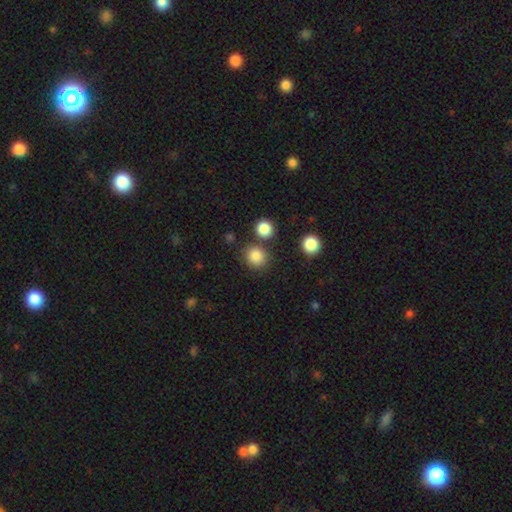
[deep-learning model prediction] Smooth or featured? smooth (85%)
How rounded? round (87%)
Merging? none (79%)